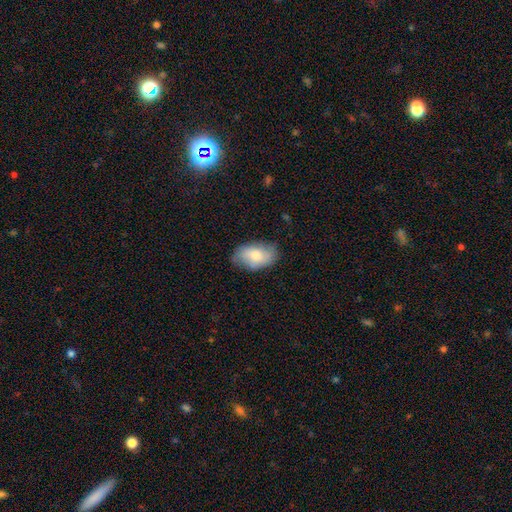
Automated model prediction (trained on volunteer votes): This appears to be a smooth galaxy with no disk features (71%) that is in between round and cigar-shaped (92%). Merging: none (73%).